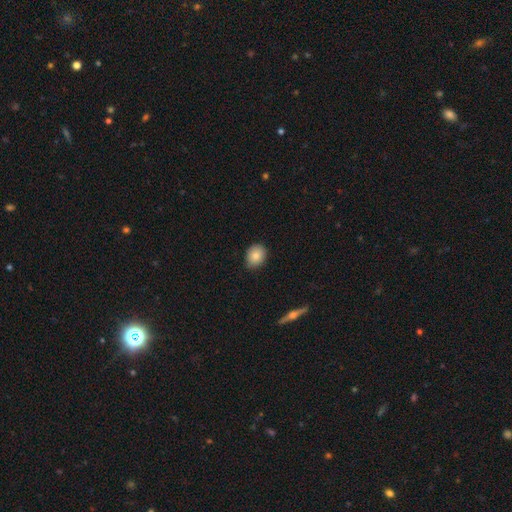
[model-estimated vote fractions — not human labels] Smooth or featured? Predicted: smooth (p=0.84). How rounded? Predicted: round (p=0.55). Merging? Predicted: none (p=0.85).